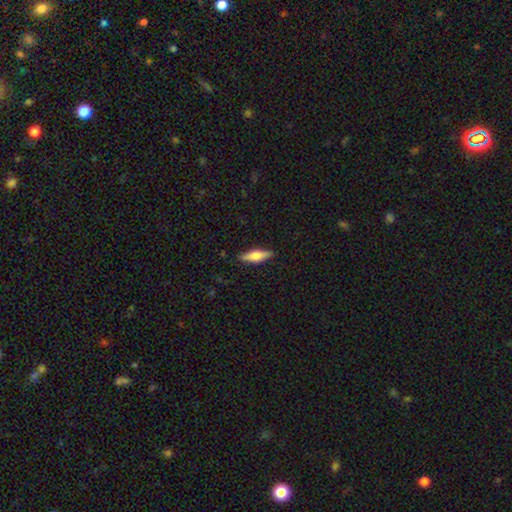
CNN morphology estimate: Q: Smooth or featured?
A: smooth (58%); runner-up: featured or disk (36%)
Q: How rounded?
A: cigar-shaped (53%); runner-up: in between (44%)
Q: Merging?
A: none (88%); runner-up: minor disturbance (9%)